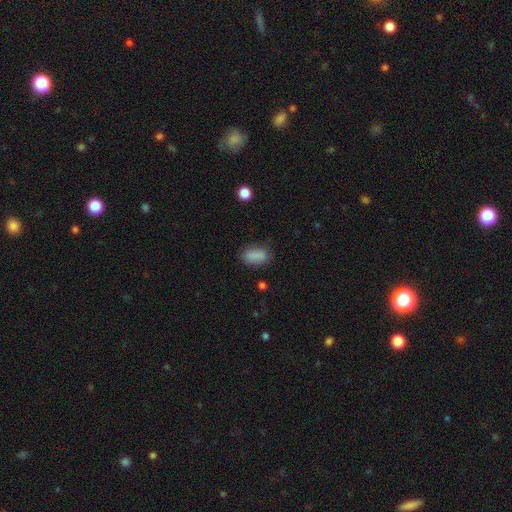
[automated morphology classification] smooth_or_featured: smooth (p=0.87) [alt: star or artifact p=0.09]
how_rounded: in between (p=0.89) [alt: round p=0.06]
merging: none (p=0.78) [alt: minor disturbance p=0.16]